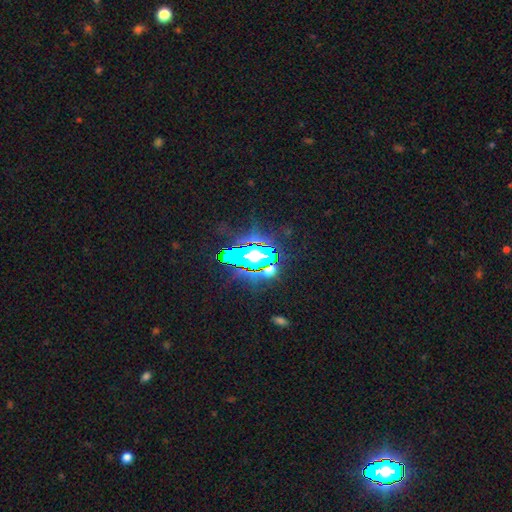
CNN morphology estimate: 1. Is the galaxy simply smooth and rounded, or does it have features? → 58% star or artifact, 21% featured or disk, 21% smooth.